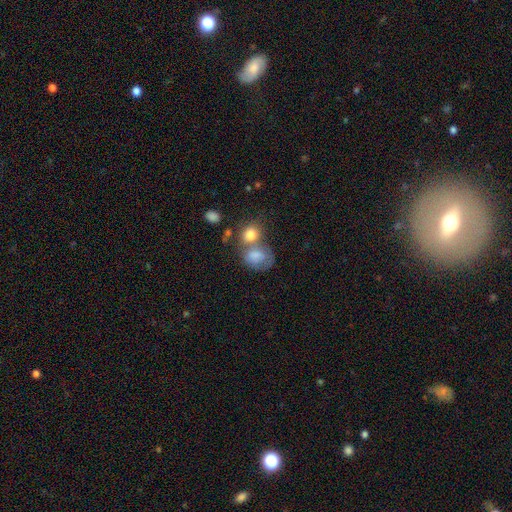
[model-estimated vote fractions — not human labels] Morphology: type=smooth (70%); roundness=in between (52%); merging=merger (52%).